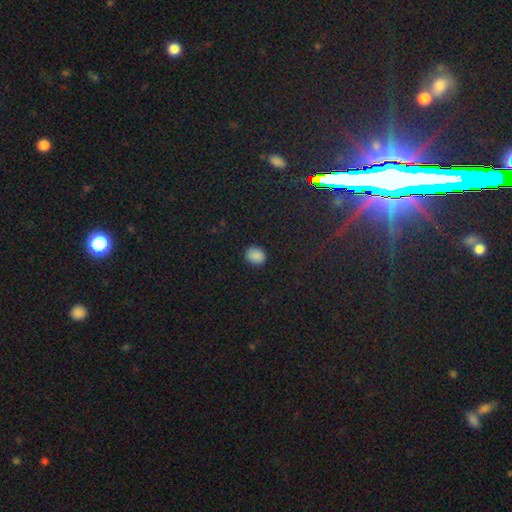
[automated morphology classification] A smooth galaxy with no disk features (87%) that is round (61%).

Vote fractions:
- Smooth or featured? smooth: 87% / star or artifact: 10% / featured or disk: 3%
- How rounded? round: 61% / in between: 38% / cigar-shaped: 1%
- Merging? none: 87% / minor disturbance: 9% / major disturbance: 2% / merger: 1%